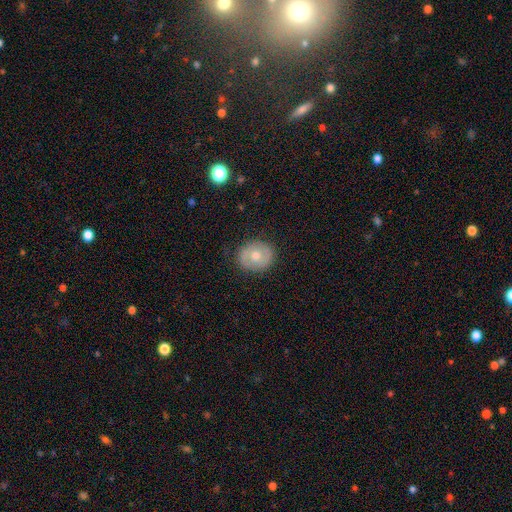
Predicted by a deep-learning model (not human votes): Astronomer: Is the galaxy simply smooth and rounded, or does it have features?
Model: smooth — 52% (runner-up: featured or disk, 41%).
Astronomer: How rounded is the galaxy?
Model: round — 75%.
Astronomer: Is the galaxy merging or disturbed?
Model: none — 85%.